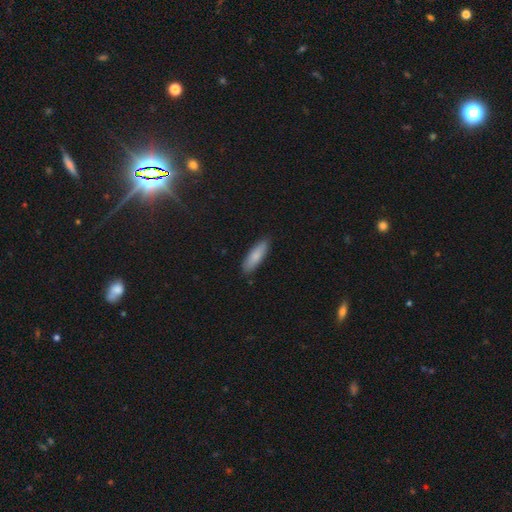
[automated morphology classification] type=smooth (83%); roundness=cigar-shaped (53%); merging=none (87%).